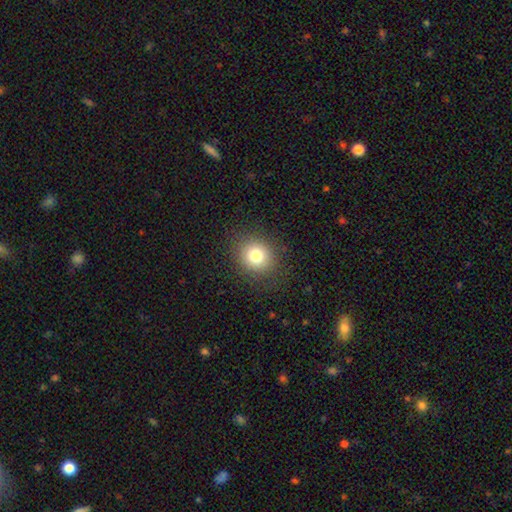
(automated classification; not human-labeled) Q: Smooth or featured?
A: smooth (79%); runner-up: star or artifact (12%)
Q: How rounded?
A: round (81%); runner-up: in between (18%)
Q: Merging?
A: none (88%); runner-up: minor disturbance (8%)